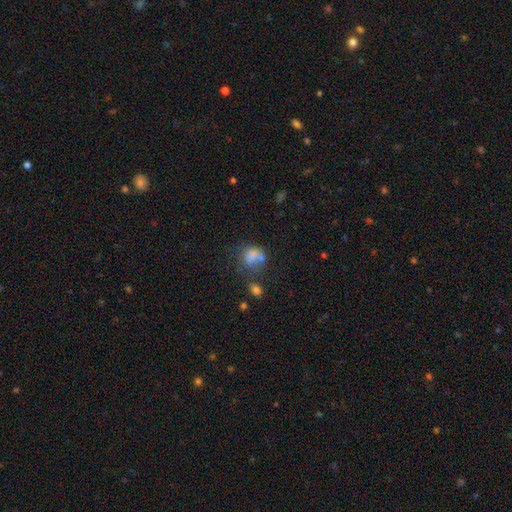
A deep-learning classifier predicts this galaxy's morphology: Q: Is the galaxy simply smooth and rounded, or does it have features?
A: smooth — 73%.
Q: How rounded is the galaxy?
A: in between — 52%.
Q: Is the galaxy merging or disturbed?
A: none — 34%.